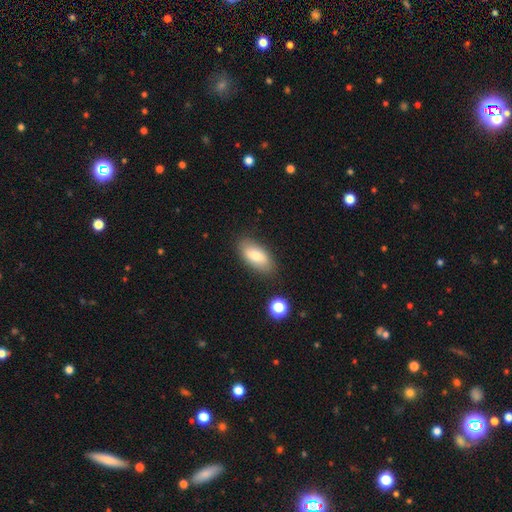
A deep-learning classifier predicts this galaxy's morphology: smooth 77%, featured or disk 16%, star or artifact 7%. Down the decision tree: how rounded — in between (90%); merging — none (83%).